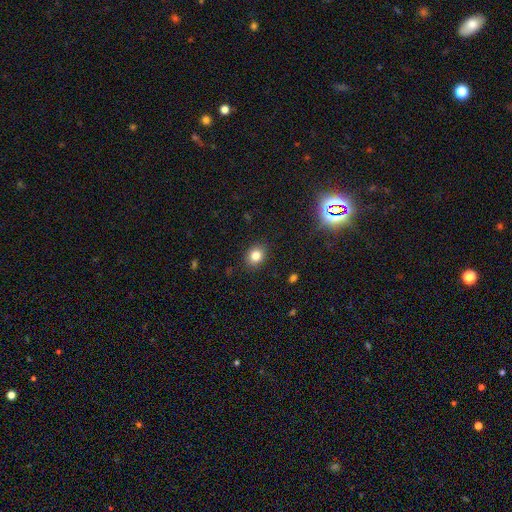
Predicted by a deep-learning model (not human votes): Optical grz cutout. It shows a smooth galaxy with no disk features (82%) that is round (59%). Merging: none (88%).